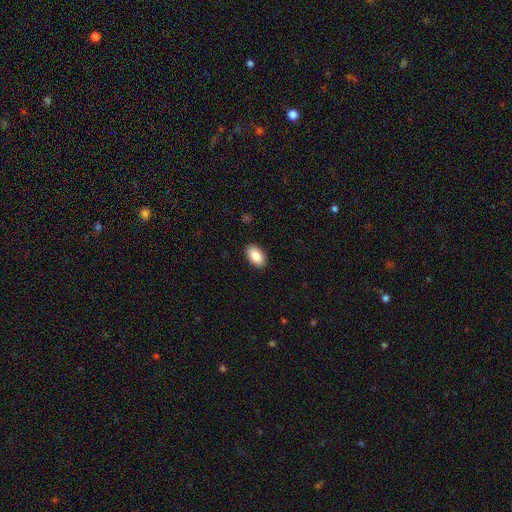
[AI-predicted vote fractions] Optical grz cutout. It shows a smooth galaxy with no disk features (87%) that is in between round and cigar-shaped (93%). Merging: none (90%).